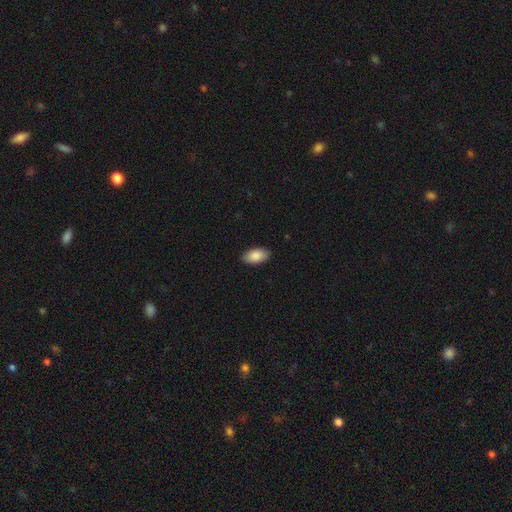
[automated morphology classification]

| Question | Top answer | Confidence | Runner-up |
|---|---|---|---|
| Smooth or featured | smooth | 89% | star or artifact (6%) |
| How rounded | in between | 95% | round (3%) |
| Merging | none | 88% | minor disturbance (9%) |